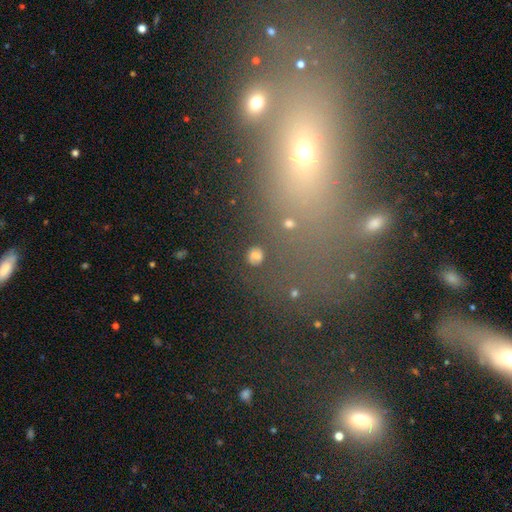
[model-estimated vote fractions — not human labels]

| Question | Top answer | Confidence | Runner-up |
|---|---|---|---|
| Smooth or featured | smooth | 73% | star or artifact (18%) |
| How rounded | round | 86% | in between (13%) |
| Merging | none | 83% | minor disturbance (9%) |